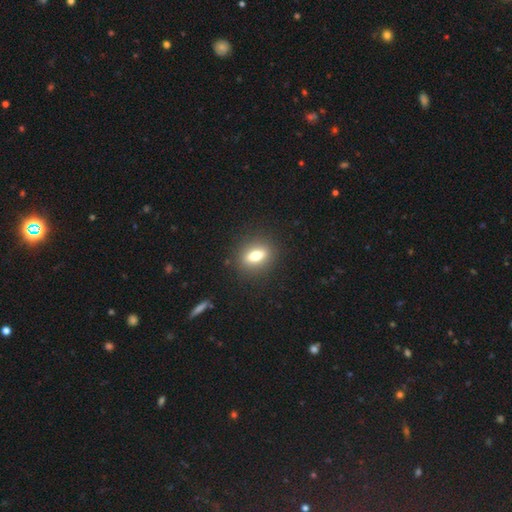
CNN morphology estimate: Q: Smooth or featured?
A: smooth (66%); runner-up: featured or disk (24%)
Q: How rounded?
A: in between (62%); runner-up: round (27%)
Q: Merging?
A: none (88%); runner-up: minor disturbance (7%)